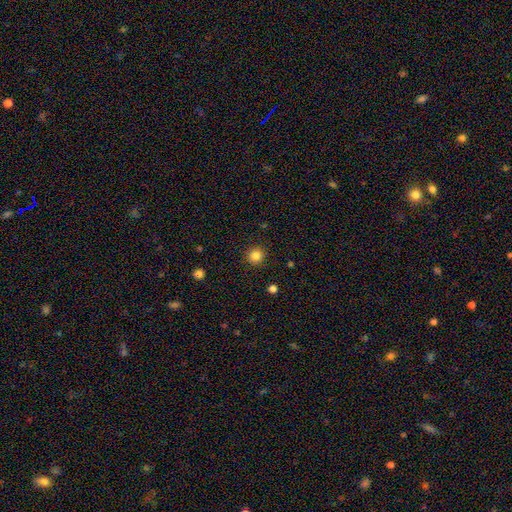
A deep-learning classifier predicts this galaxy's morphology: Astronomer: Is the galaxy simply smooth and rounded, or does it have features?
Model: smooth — 84%.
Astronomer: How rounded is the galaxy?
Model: round — 93%.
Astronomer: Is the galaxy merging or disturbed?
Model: none — 91%.